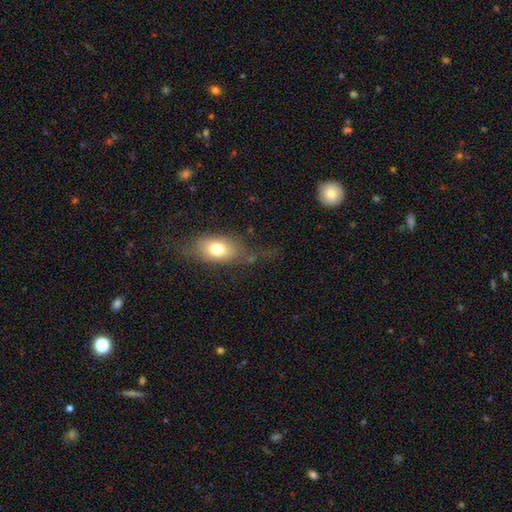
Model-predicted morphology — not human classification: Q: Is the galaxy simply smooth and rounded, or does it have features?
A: smooth — 58%.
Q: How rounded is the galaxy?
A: in between — 69%.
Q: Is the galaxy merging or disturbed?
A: none — 58%.